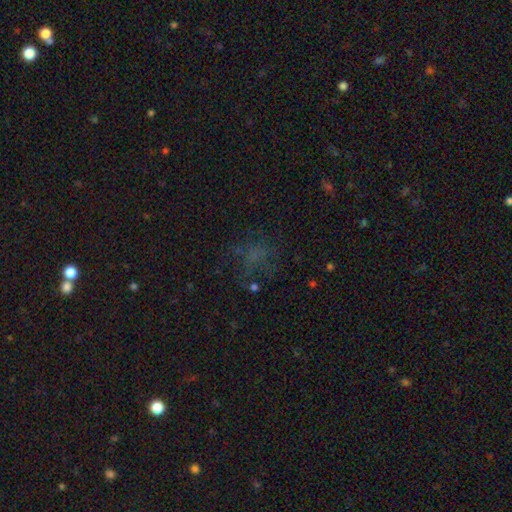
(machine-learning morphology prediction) smooth-or-featured: smooth: 40% | star or artifact: 36% | featured or disk: 24%
  merging: none: 57% | major disturbance: 23% | minor disturbance: 17% | merger: 3%